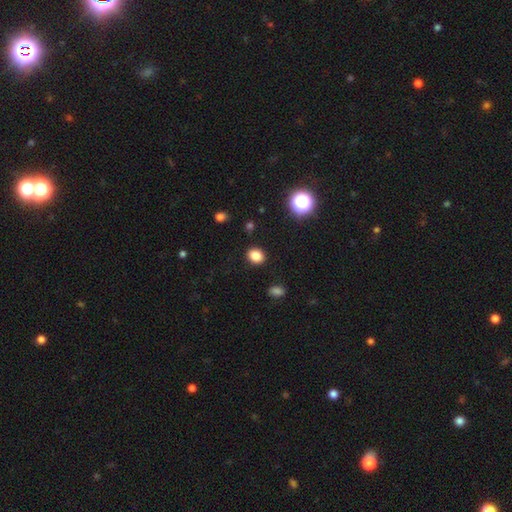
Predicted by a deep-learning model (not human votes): Morphology: type=smooth (83%); roundness=round (56%); merging=none (89%).